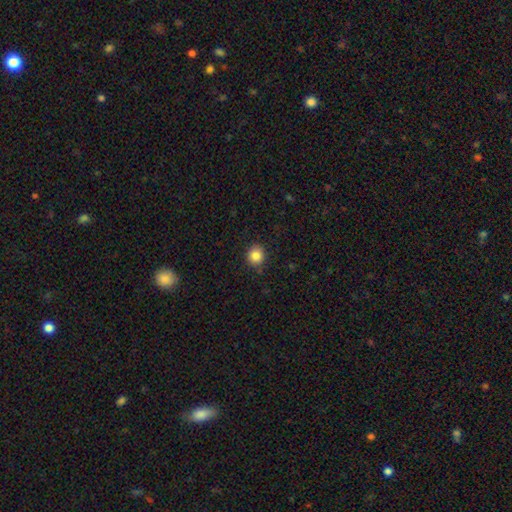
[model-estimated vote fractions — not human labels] Smooth or featured: smooth — 85% (star or artifact — 10%)
How rounded: round — 86% (in between — 13%)
Merging: none — 87% (minor disturbance — 9%)